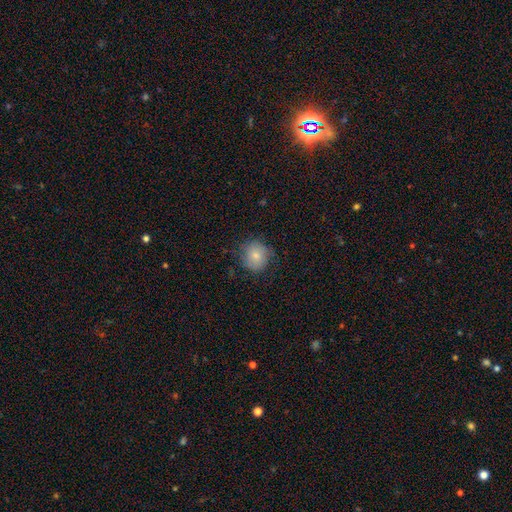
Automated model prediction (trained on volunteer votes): smooth_or_featured: smooth (p=0.78) [alt: featured or disk p=0.14]
how_rounded: round (p=0.86) [alt: in between p=0.13]
merging: none (p=0.74) [alt: minor disturbance p=0.19]